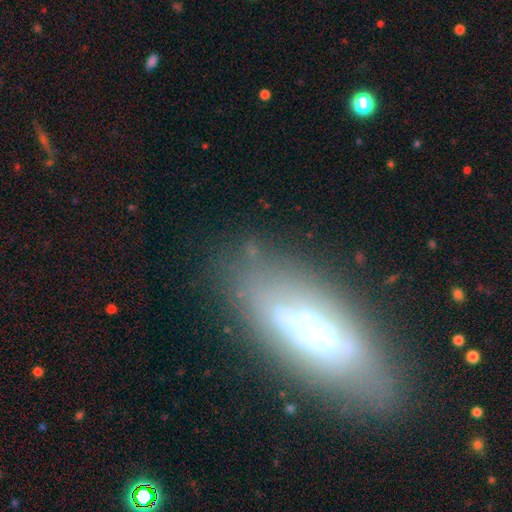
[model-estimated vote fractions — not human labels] Smooth or featured?
  - featured or disk: 57% *
  - smooth: 31%
  - star or artifact: 12%
Edge-on disk?
  - no: 70% *
  - yes: 30%
Merging?
  - none: 63% *
  - minor disturbance: 18%
  - major disturbance: 12%
  - merger: 6%